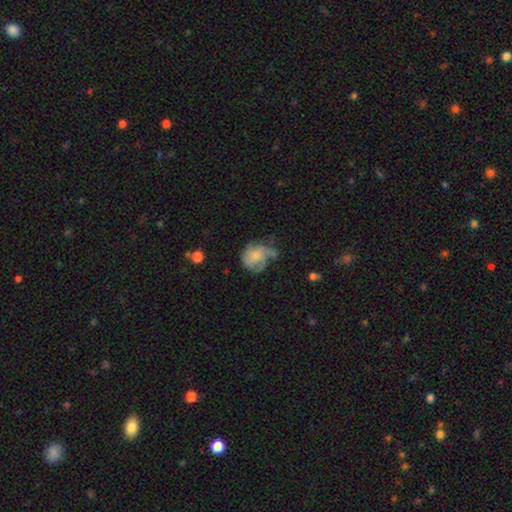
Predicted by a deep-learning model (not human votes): Q: Smooth or featured?
A: smooth (46%); tied with: featured or disk (46%)
Q: Merging?
A: none (35%); runner-up: major disturbance (31%)